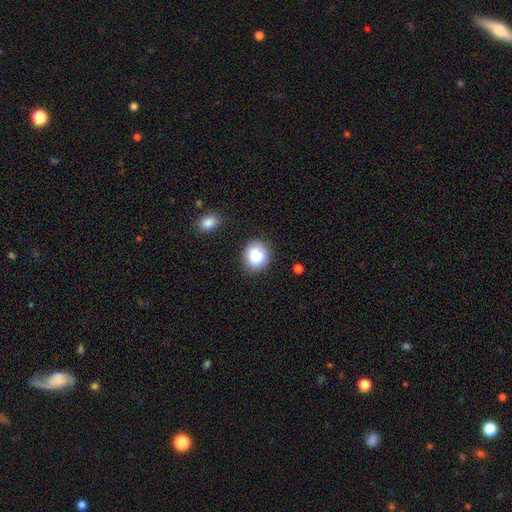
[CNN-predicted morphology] Overall: smooth (87%). How rounded: round (76%). Merging: none (85%).